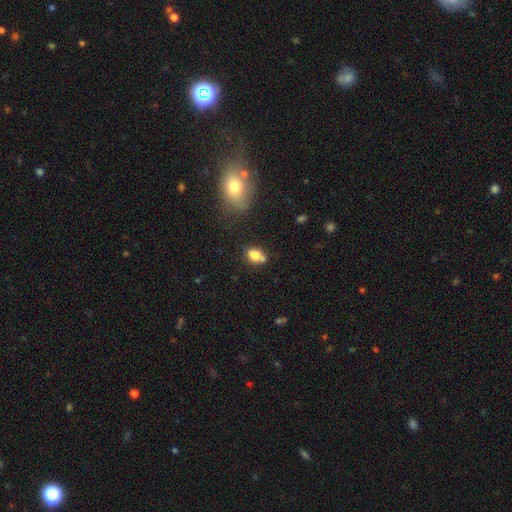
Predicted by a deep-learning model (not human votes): Morphology: type=smooth (77%); roundness=in between (75%); merging=none (48%).